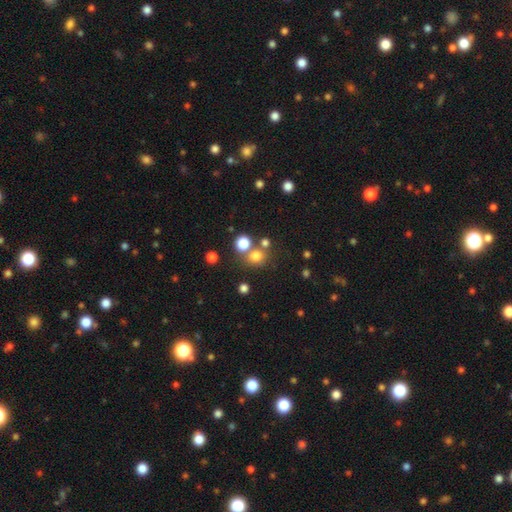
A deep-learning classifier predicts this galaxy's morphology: Smooth or featured?
  - smooth: 73% *
  - star or artifact: 19%
  - featured or disk: 8%
How rounded?
  - round: 82% *
  - in between: 17%
  - cigar-shaped: 1%
Merging?
  - none: 64% *
  - merger: 22%
  - minor disturbance: 9%
  - major disturbance: 4%